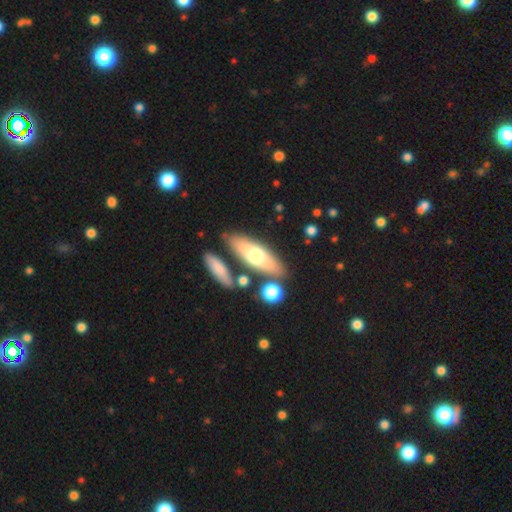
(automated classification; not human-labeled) smooth_or_featured: smooth (p=0.59) [alt: featured or disk p=0.35]
how_rounded: in between (p=0.51) [alt: cigar-shaped p=0.45]
merging: none (p=0.78) [alt: minor disturbance p=0.10]